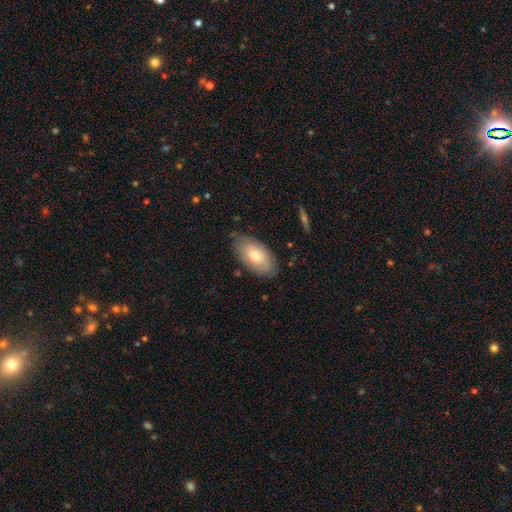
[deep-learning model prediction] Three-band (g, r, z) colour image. It shows a smooth galaxy with no disk features (67%) that is in between round and cigar-shaped (94%). Merging: none (72%).